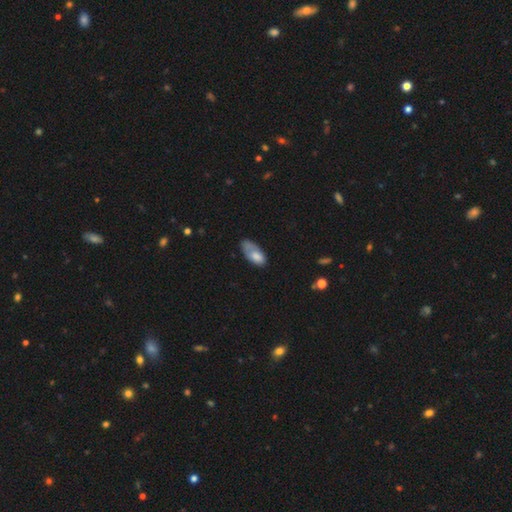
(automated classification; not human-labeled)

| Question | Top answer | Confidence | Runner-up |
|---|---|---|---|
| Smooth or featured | smooth | 72% | featured or disk (21%) |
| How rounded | in between | 89% | cigar-shaped (8%) |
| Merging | none | 36% | tied: minor disturbance (36%) |